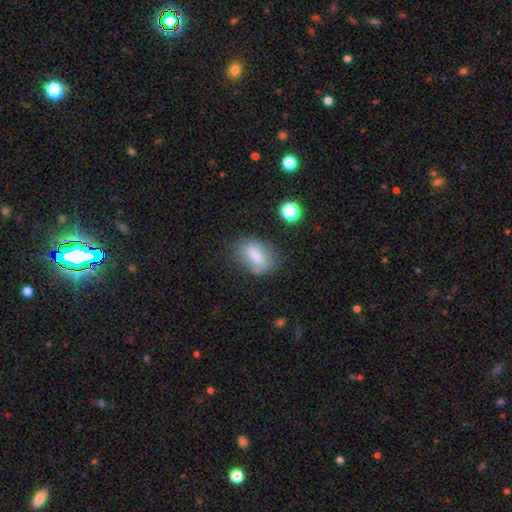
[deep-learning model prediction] Smooth or featured?
  - smooth: 74% *
  - featured or disk: 16%
  - star or artifact: 10%
How rounded?
  - in between: 84% *
  - round: 11%
  - cigar-shaped: 5%
Merging?
  - none: 62% *
  - minor disturbance: 23%
  - major disturbance: 10%
  - merger: 5%